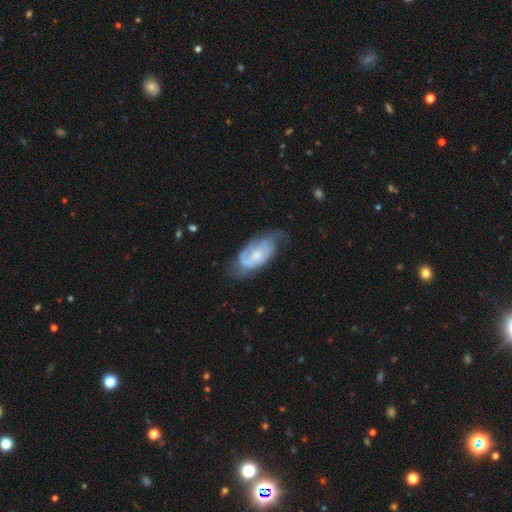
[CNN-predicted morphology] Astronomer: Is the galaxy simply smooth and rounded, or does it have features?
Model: featured or disk — 69%.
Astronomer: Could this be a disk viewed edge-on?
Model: no — 94%.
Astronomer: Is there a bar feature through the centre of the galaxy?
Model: no — 70%.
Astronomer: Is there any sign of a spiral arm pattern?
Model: yes — 85%.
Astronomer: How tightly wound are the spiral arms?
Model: tight — 42% (runner-up: medium, 39%).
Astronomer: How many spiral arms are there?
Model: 2 — 44% (runner-up: can't tell, 30%).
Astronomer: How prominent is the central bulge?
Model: moderate — 46% (runner-up: small, 41%).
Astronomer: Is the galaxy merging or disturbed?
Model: none — 50% (runner-up: minor disturbance, 30%).